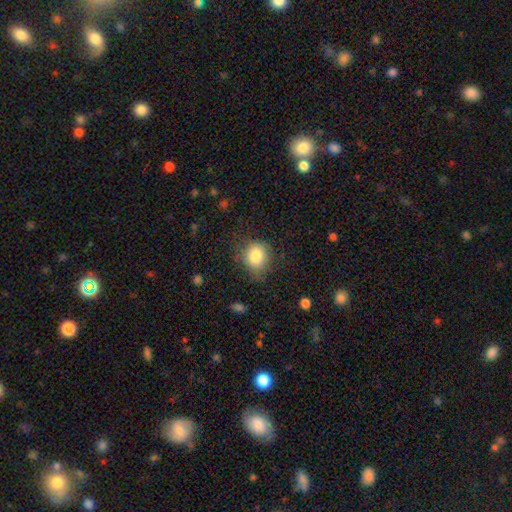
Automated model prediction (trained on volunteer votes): Q: Smooth or featured?
A: smooth (82%); runner-up: star or artifact (10%)
Q: How rounded?
A: round (66%); runner-up: in between (33%)
Q: Merging?
A: none (67%); runner-up: minor disturbance (24%)